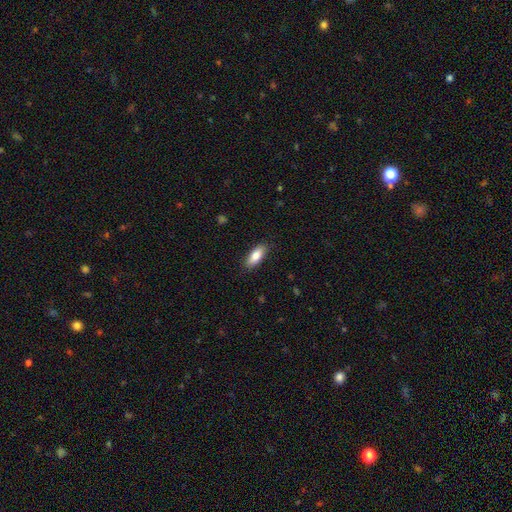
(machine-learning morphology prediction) The model was most divided on "how rounded": in between: 79%, cigar-shaped: 19%, round: 2%. More confident: merging — none (86%); smooth or featured — smooth (84%).